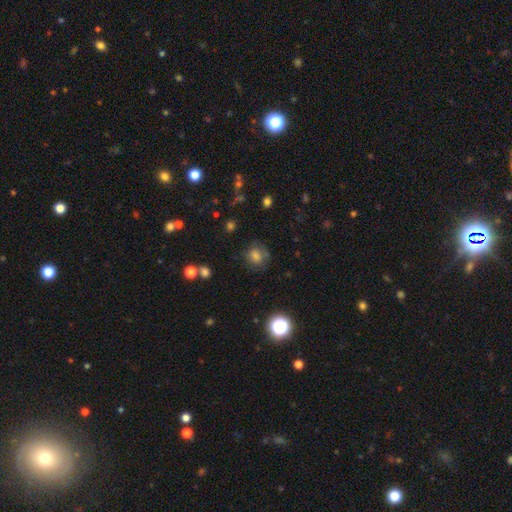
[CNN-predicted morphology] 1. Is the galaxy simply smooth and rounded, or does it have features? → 71% smooth, 17% star or artifact, 12% featured or disk.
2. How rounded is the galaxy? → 75% round, 24% in between, 1% cigar-shaped.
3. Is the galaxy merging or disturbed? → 69% none, 19% minor disturbance, 10% major disturbance, 3% merger.